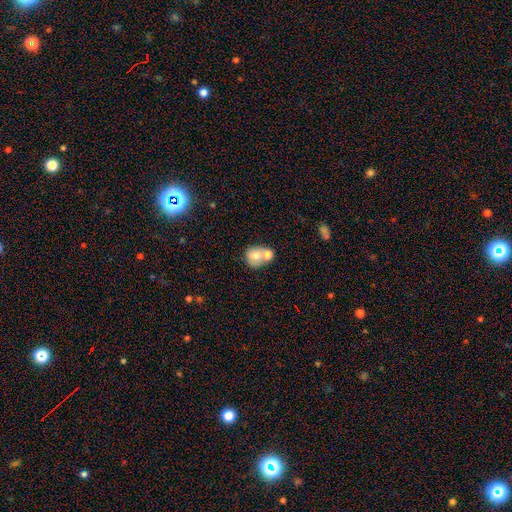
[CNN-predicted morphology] The model was most divided on "merging": merger: 52%, none: 33%, minor disturbance: 10%, major disturbance: 5%. More confident: smooth or featured — smooth (71%); how rounded — round (70%).